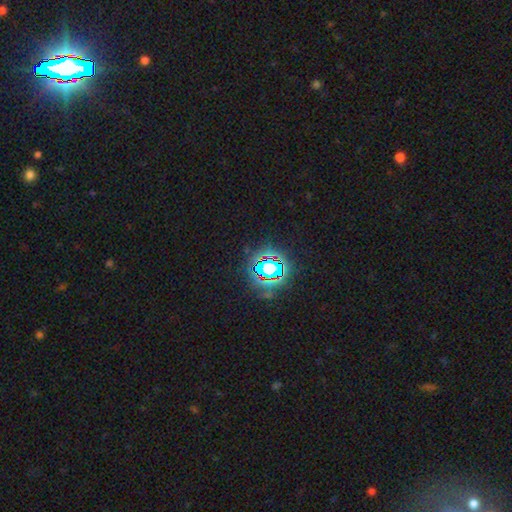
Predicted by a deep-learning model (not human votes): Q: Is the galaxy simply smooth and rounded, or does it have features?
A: star or artifact — 82%.